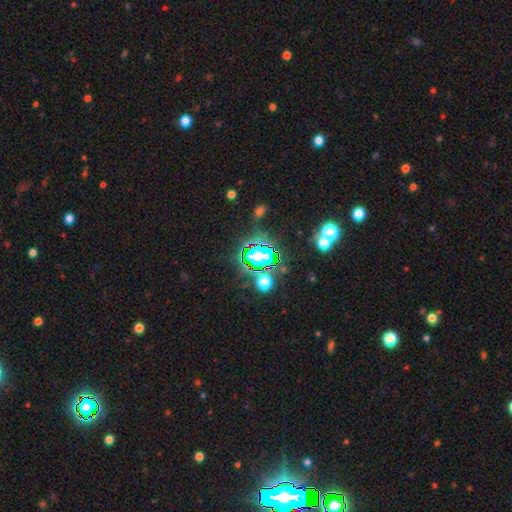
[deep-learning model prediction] Smooth or featured?
  - star or artifact: 70% *
  - smooth: 20%
  - featured or disk: 11%